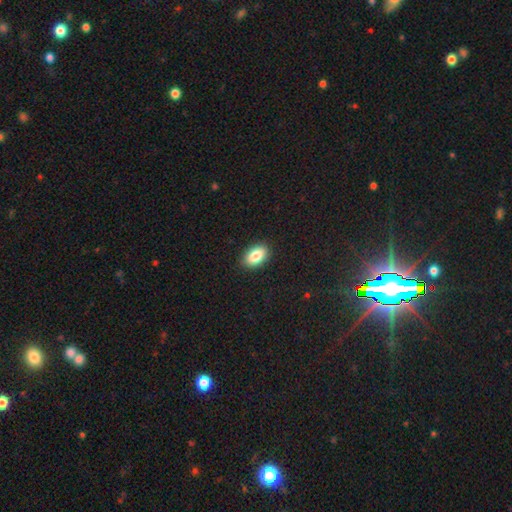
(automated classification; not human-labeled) Smooth or featured: smooth — 85% (featured or disk — 8%)
How rounded: in between — 90% (round — 8%)
Merging: none — 88% (minor disturbance — 9%)